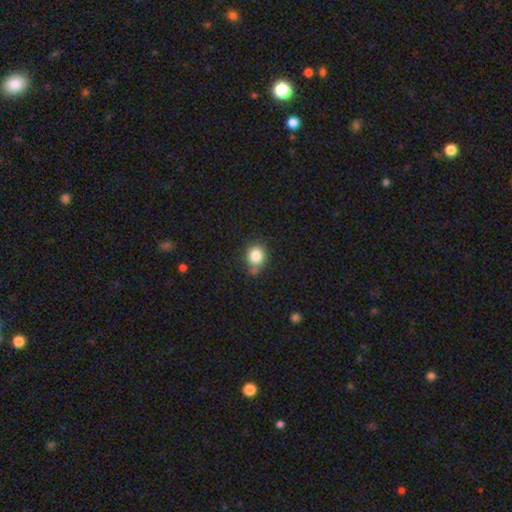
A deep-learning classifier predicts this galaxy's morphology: Smooth or featured: smooth — 83% (star or artifact — 10%)
How rounded: round — 71% (in between — 28%)
Merging: none — 64% (minor disturbance — 21%)